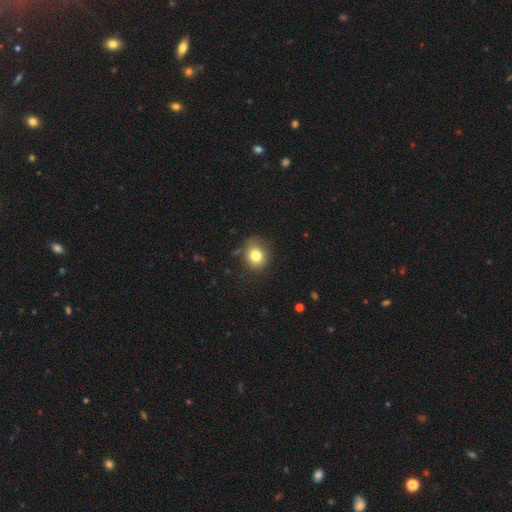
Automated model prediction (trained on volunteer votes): Smooth or featured? smooth (79%)
How rounded? round (71%)
Merging? none (75%)